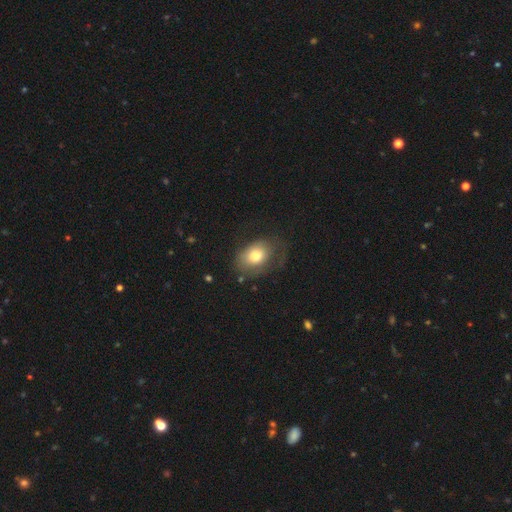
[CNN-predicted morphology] The model was most divided on "merging": none: 50%, minor disturbance: 25%, major disturbance: 23%, merger: 2%. More confident: how rounded — in between (74%); smooth or featured — smooth (70%).